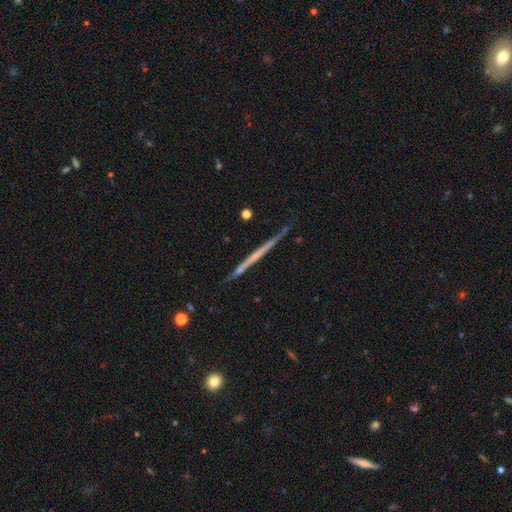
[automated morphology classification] featured or disk 63%, smooth 31%, star or artifact 6%. Down the decision tree: edge-on disk — yes (98%); edge-on bulge — none (90%); merging — none (86%).